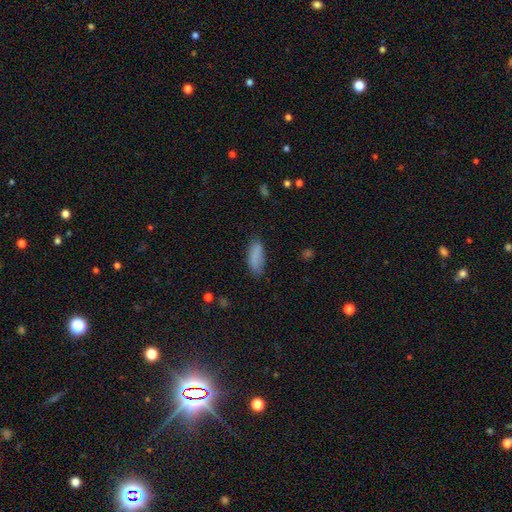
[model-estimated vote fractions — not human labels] A smooth galaxy with no disk features (86%) that is in between round and cigar-shaped (76%). Merging: none (72%).